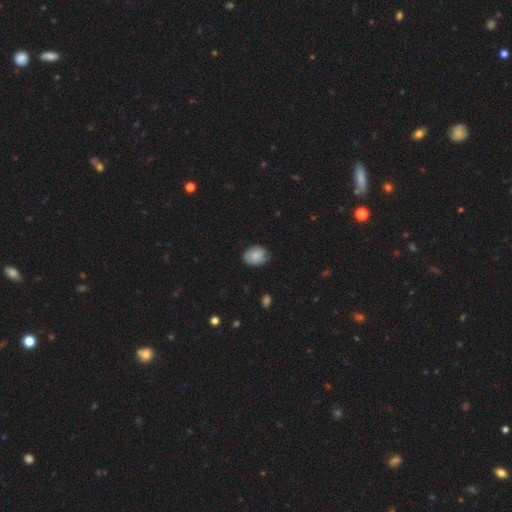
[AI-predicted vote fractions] Smooth or featured?
  - smooth: 75% *
  - featured or disk: 17%
  - star or artifact: 7%
How rounded?
  - in between: 63% *
  - round: 36%
  - cigar-shaped: 1%
Merging?
  - none: 70% *
  - minor disturbance: 25%
  - major disturbance: 4%
  - merger: 1%